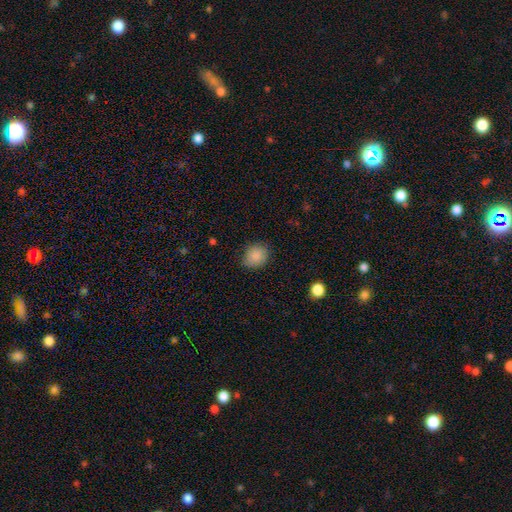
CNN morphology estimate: Overall: smooth (87%). How rounded: round (67%; in between 32%). Merging: none (79%).